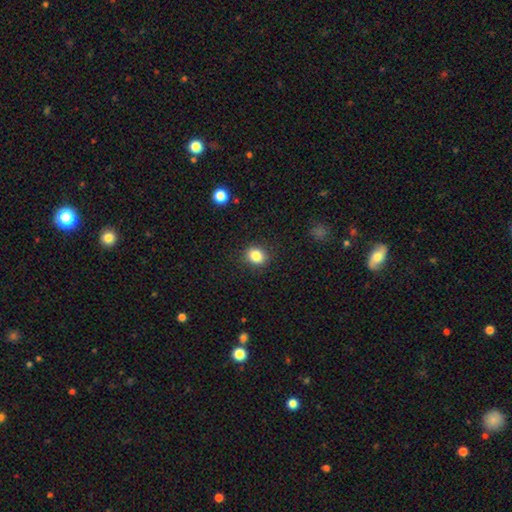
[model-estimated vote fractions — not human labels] smooth_or_featured: smooth (p=0.84) [alt: star or artifact p=0.10]
how_rounded: round (p=0.65) [alt: in between p=0.34]
merging: none (p=0.89) [alt: minor disturbance p=0.08]